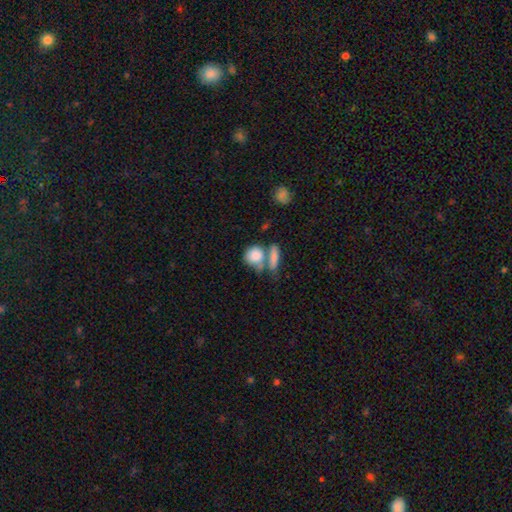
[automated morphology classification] A smooth galaxy with no disk features (82%) that is round (63%).

Vote fractions:
- Smooth or featured? smooth: 82% / featured or disk: 11% / star or artifact: 7%
- How rounded? round: 63% / in between: 32% / cigar-shaped: 5%
- Merging? merger: 41% (tied) / none: 41% (tied) / minor disturbance: 12% / major disturbance: 6%